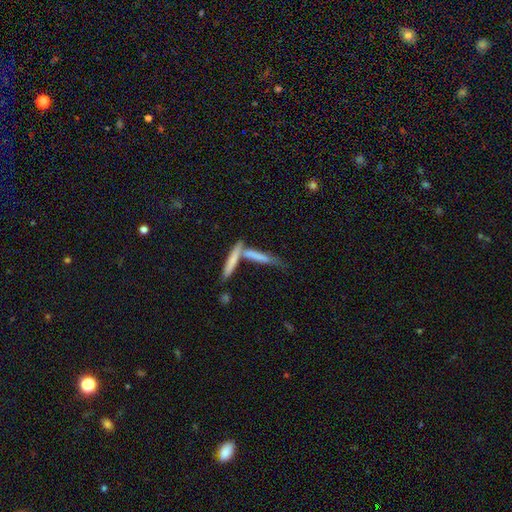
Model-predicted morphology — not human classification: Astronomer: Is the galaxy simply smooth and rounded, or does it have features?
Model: smooth — 61%.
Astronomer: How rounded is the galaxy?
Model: cigar-shaped — 87%.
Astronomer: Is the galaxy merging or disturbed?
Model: none — 44% (runner-up: merger, 38%).